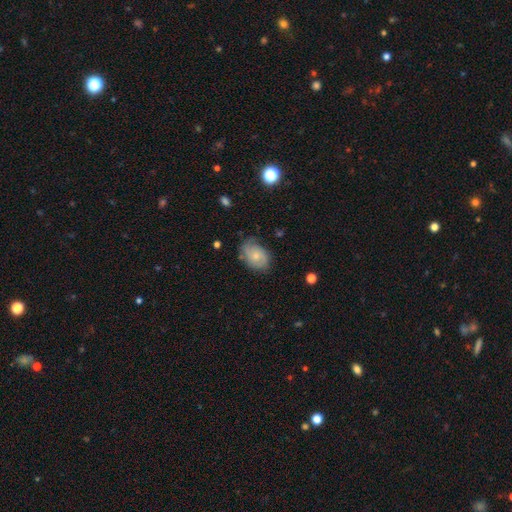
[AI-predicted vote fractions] Smooth or featured?
  - featured or disk: 49% *
  - smooth: 43%
  - star or artifact: 8%
Merging?
  - none: 61% *
  - minor disturbance: 28%
  - major disturbance: 10%
  - merger: 2%